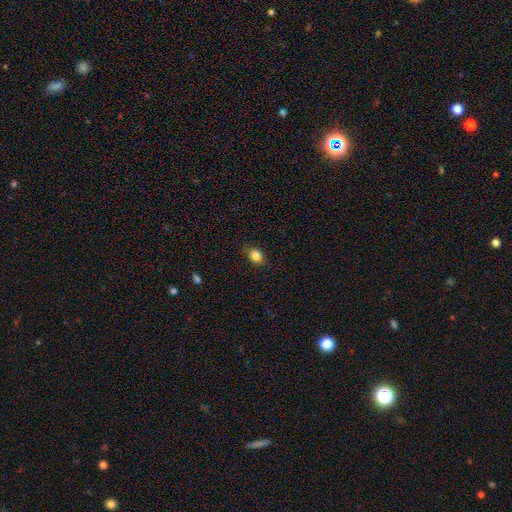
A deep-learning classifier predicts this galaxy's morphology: Q: Smooth or featured?
A: smooth (82%); runner-up: star or artifact (11%)
Q: How rounded?
A: in between (57%); runner-up: round (42%)
Q: Merging?
A: none (82%); runner-up: minor disturbance (14%)